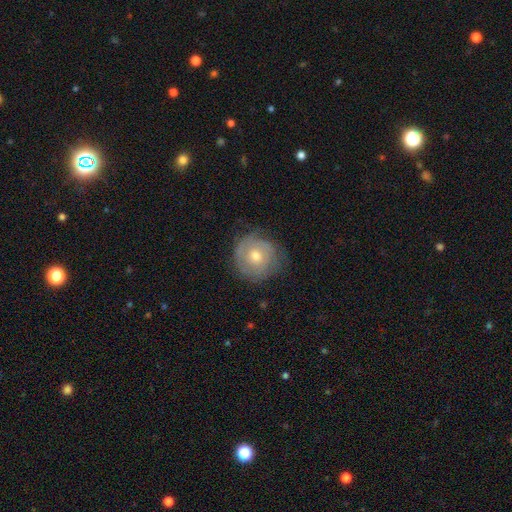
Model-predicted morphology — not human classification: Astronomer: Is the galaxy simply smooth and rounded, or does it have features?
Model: featured or disk — 55% (runner-up: smooth, 39%).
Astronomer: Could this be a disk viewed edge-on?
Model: no — 97%.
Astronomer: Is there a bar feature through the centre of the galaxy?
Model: no — 80%.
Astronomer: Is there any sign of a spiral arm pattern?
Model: yes — 69%.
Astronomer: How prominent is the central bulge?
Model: moderate — 65%.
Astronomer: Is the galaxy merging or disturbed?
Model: none — 70%.